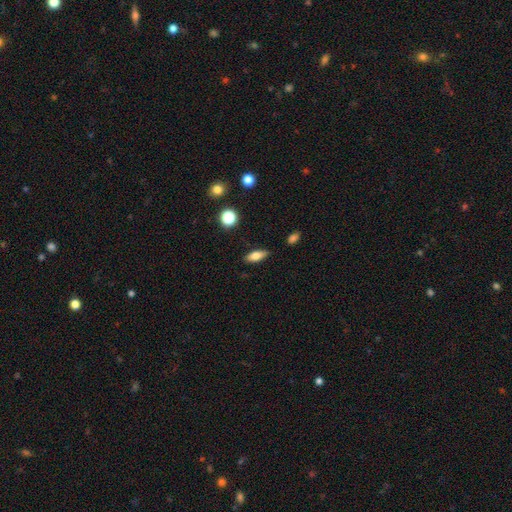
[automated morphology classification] smooth-or-featured: smooth: 72% | featured or disk: 20% | star or artifact: 8%
  how-rounded: in between: 72% | cigar-shaped: 24% | round: 4%
  merging: none: 86% | minor disturbance: 10% | major disturbance: 2% | merger: 2%